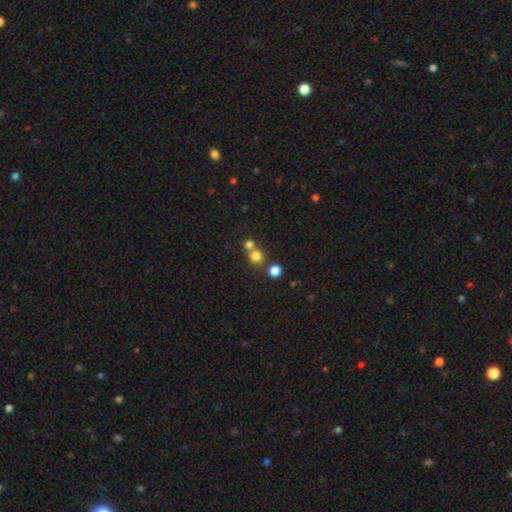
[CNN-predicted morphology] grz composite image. It shows a smooth galaxy with no disk features (76%) that is round (88%). Merging: none (56%).